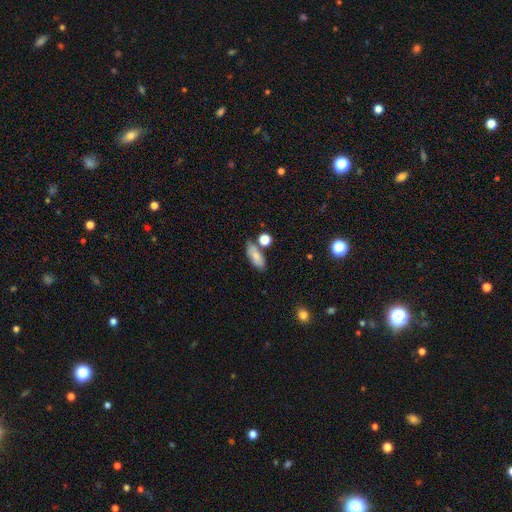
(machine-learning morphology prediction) A smooth galaxy with no disk features (77%) that is in between round and cigar-shaped (77%). Merging: none (64%).